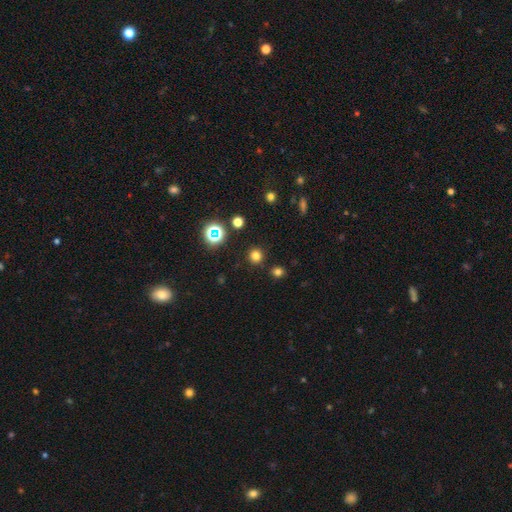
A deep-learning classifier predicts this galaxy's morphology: Q: Smooth or featured?
A: smooth (75%); runner-up: star or artifact (20%)
Q: How rounded?
A: round (93%); runner-up: in between (6%)
Q: Merging?
A: none (89%); runner-up: minor disturbance (6%)